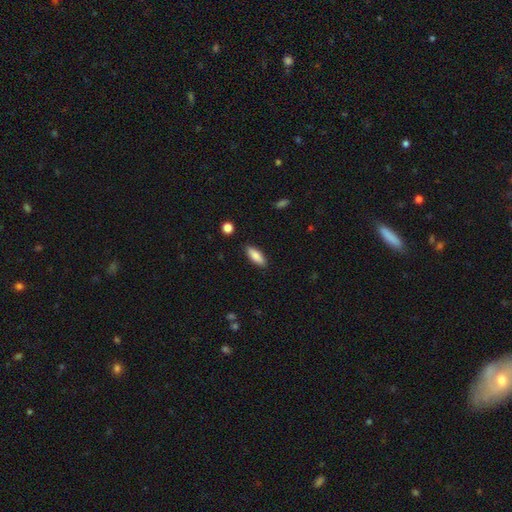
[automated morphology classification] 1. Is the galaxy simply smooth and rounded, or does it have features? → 85% smooth, 9% featured or disk, 6% star or artifact.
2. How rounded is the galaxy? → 68% in between, 30% cigar-shaped, 2% round.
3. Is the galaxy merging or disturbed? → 88% none, 9% minor disturbance, 2% major disturbance, 1% merger.